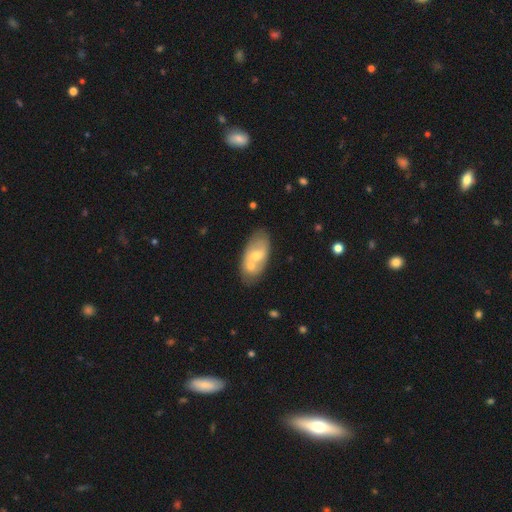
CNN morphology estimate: A smooth galaxy with no disk features (51%) that is in between round and cigar-shaped (88%).

Vote fractions:
- Smooth or featured? smooth: 51% / featured or disk: 42% / star or artifact: 7%
- How rounded? in between: 88% / cigar-shaped: 7% / round: 5%
- Merging? none: 45% / merger: 37% / minor disturbance: 13% / major disturbance: 4%